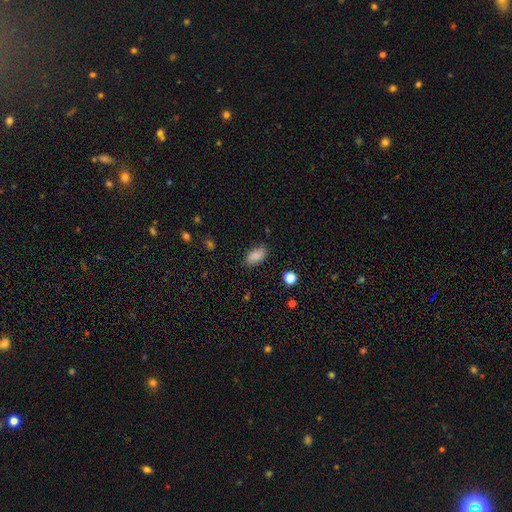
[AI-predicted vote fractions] This appears to be a smooth galaxy with no disk features (86%) that is in between round and cigar-shaped (92%). Merging: none (83%).